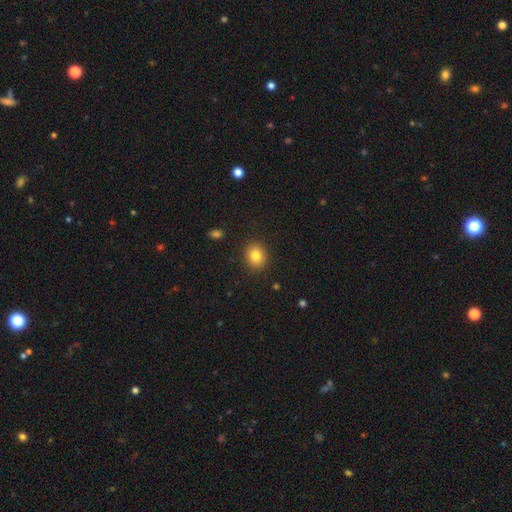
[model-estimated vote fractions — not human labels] Smooth or featured?
  - smooth: 82% *
  - star or artifact: 10%
  - featured or disk: 7%
How rounded?
  - round: 65% *
  - in between: 34%
  - cigar-shaped: 1%
Merging?
  - none: 90% *
  - minor disturbance: 7%
  - major disturbance: 2%
  - merger: 1%